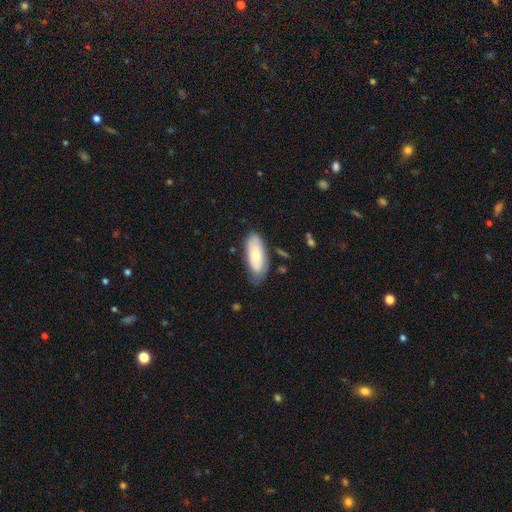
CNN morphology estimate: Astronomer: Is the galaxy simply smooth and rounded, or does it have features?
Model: smooth — 68%.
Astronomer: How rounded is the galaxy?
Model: in between — 82%.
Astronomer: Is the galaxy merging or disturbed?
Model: none — 67%.